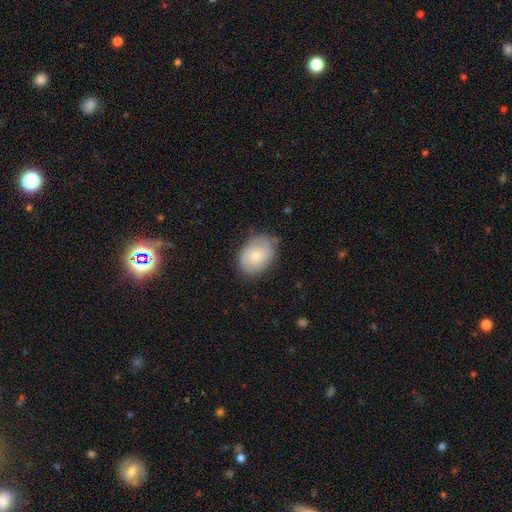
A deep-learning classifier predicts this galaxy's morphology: Smooth or featured?
  - smooth: 67% *
  - featured or disk: 26%
  - star or artifact: 6%
How rounded?
  - in between: 73% *
  - round: 26%
  - cigar-shaped: 1%
Merging?
  - none: 70% *
  - minor disturbance: 24%
  - major disturbance: 5%
  - merger: 2%